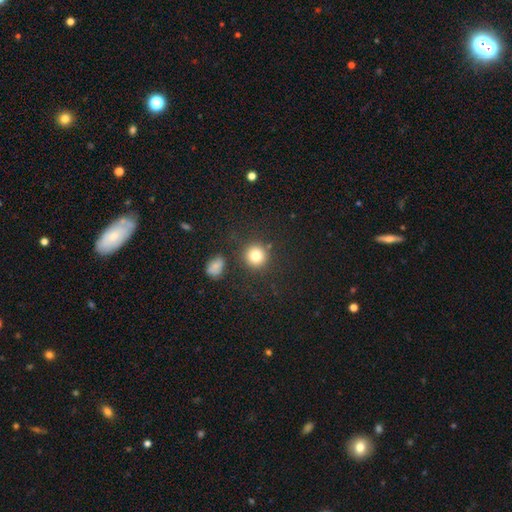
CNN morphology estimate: smooth 81%, star or artifact 12%, featured or disk 7%. Down the decision tree: how rounded — round (93%); merging — none (84%).